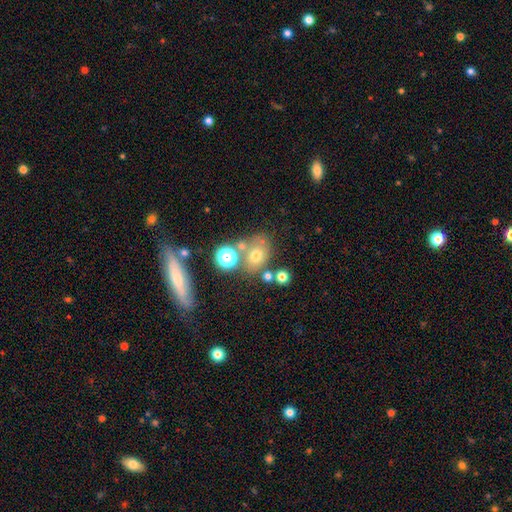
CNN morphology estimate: A smooth galaxy with no disk features (62%) that is round (55%). Merging: none (59%).